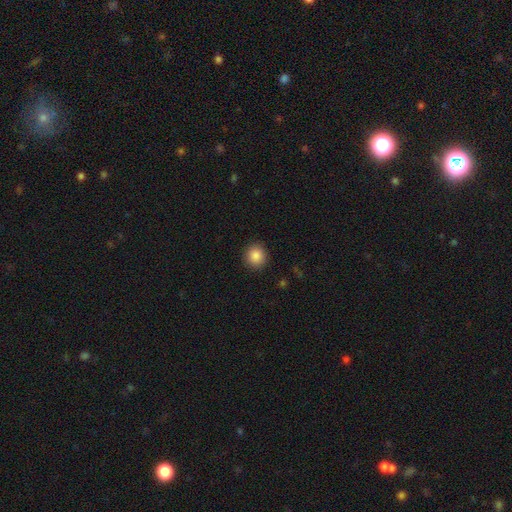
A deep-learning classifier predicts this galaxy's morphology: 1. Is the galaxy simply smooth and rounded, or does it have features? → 87% smooth, 9% star or artifact, 4% featured or disk.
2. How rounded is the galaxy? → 88% round, 11% in between, 1% cigar-shaped.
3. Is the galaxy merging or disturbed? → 91% none, 6% minor disturbance, 2% major disturbance, 1% merger.